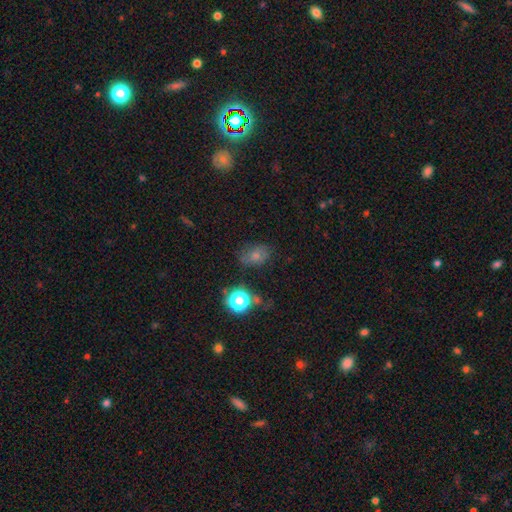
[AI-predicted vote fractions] This is likely a smooth galaxy (66%). How rounded: likely in between (61%). Merging: likely none (64%).